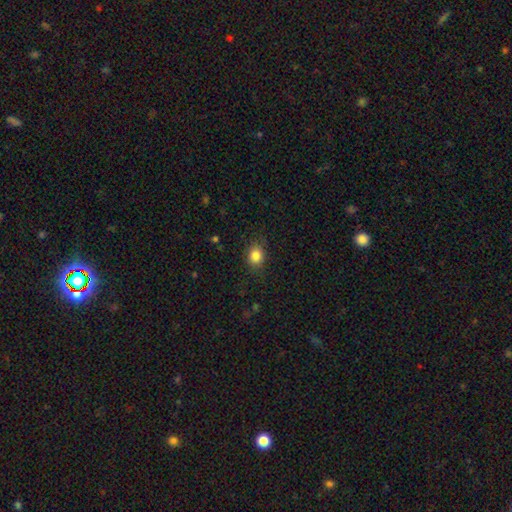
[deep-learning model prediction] Overall: smooth (84%). How rounded: round (61%; in between 38%). Merging: none (82%).